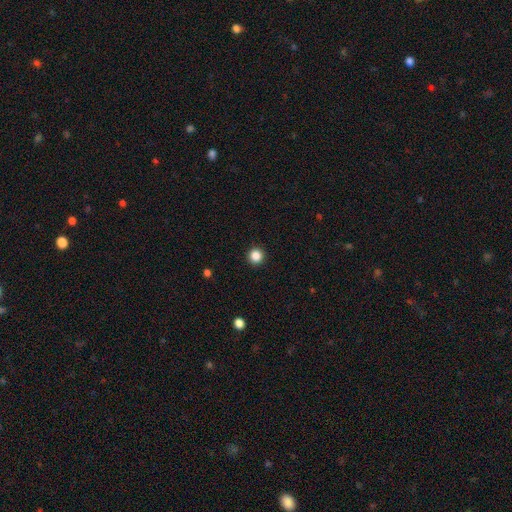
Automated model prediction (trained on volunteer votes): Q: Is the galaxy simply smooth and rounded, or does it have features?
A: smooth — 85%.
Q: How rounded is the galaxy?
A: round — 95%.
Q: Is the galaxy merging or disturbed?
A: none — 93%.